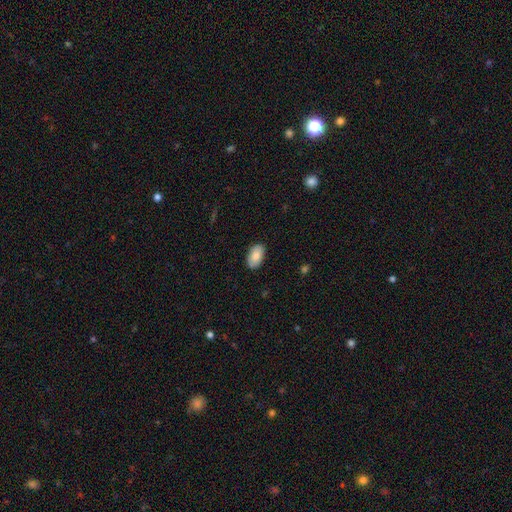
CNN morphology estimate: type=smooth (85%); roundness=in between (94%); merging=none (87%).